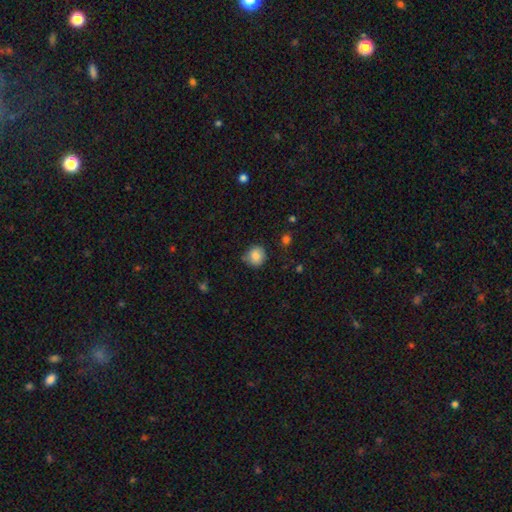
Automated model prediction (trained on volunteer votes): Smooth or featured: smooth — 85% (star or artifact — 9%)
How rounded: round — 84% (in between — 15%)
Merging: none — 69% (minor disturbance — 24%)